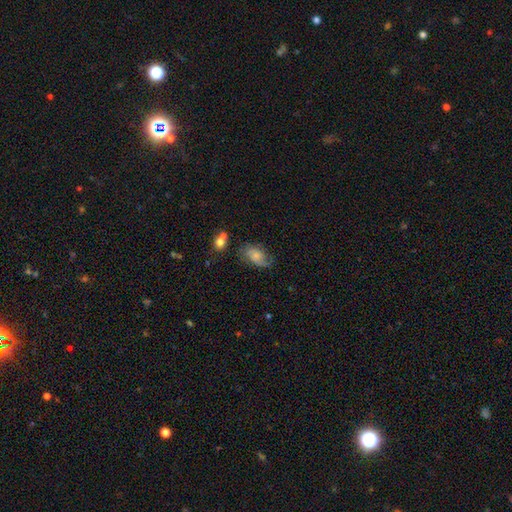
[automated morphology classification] type=smooth (53%); roundness=in between (87%); merging=none (54%).